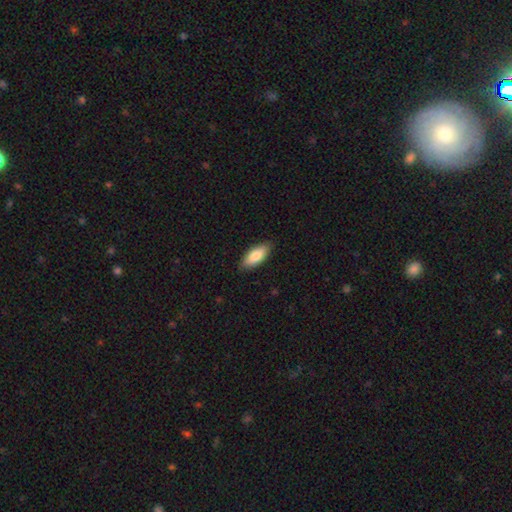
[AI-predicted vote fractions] smooth 84%, featured or disk 10%, star or artifact 6%. Down the decision tree: how rounded — in between (83%); merging — none (87%).